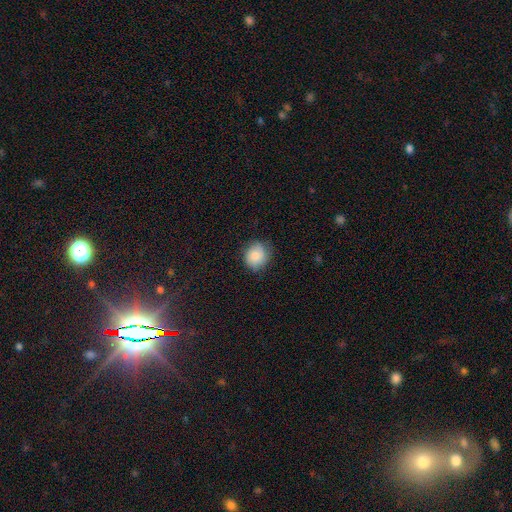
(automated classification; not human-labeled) smooth_or_featured: smooth (p=0.81) [alt: featured or disk p=0.11]
how_rounded: round (p=0.75) [alt: in between p=0.25]
merging: none (p=0.73) [alt: minor disturbance p=0.21]